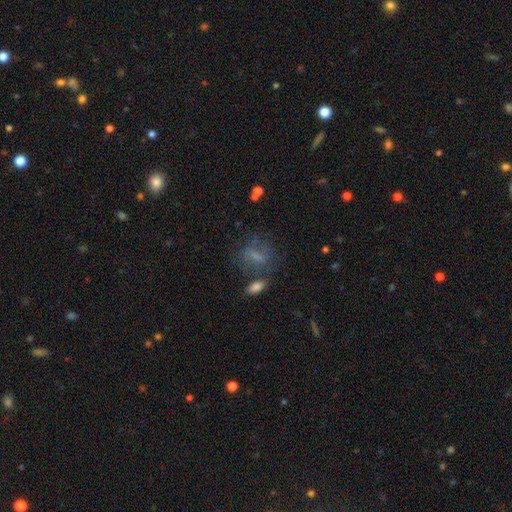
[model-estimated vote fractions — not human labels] Morphology: type=smooth (51%); roundness=in between (62%); merging=none (52%).